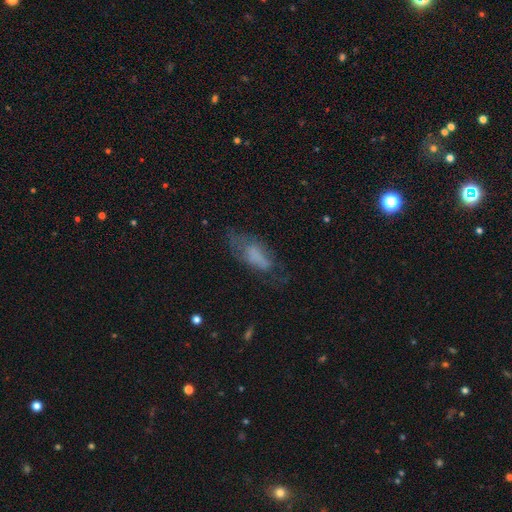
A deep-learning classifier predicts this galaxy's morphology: Smooth or featured: smooth — 57% (featured or disk — 32%)
How rounded: in between — 78% (cigar-shaped — 19%)
Merging: none — 44% (minor disturbance — 28%)